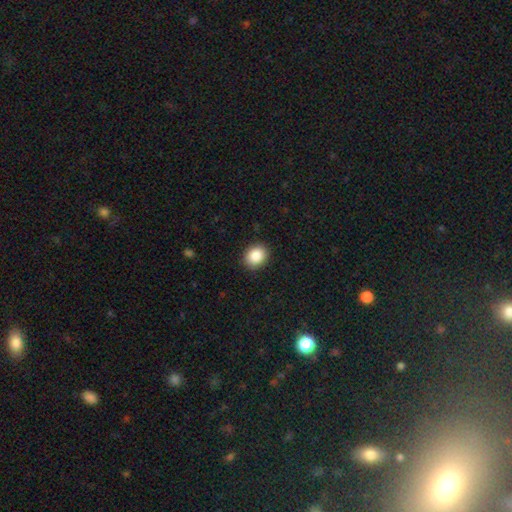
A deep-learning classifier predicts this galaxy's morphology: smooth_or_featured: smooth (p=0.87) [alt: star or artifact p=0.09]
how_rounded: round (p=0.61) [alt: in between p=0.38]
merging: none (p=0.90) [alt: minor disturbance p=0.08]